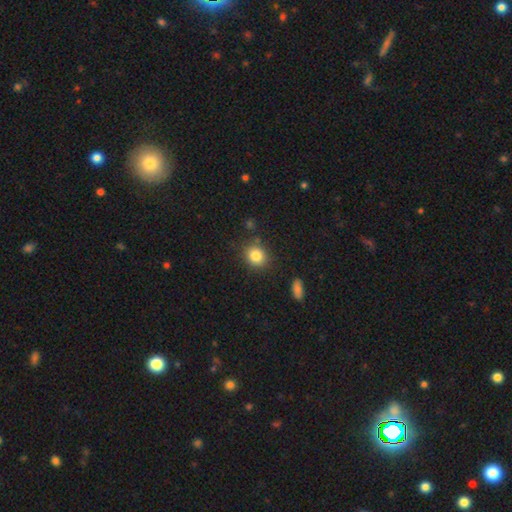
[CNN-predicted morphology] The model was most divided on "how rounded": round: 76%, in between: 23%, cigar-shaped: 1%. More confident: smooth or featured — smooth (84%); merging — none (83%).